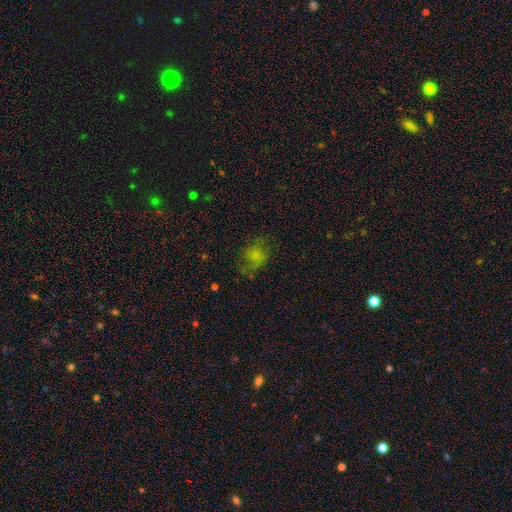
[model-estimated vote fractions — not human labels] Smooth or featured: smooth — 59% (featured or disk — 26%)
How rounded: round — 57% (in between — 42%)
Merging: none — 54% (minor disturbance — 24%)